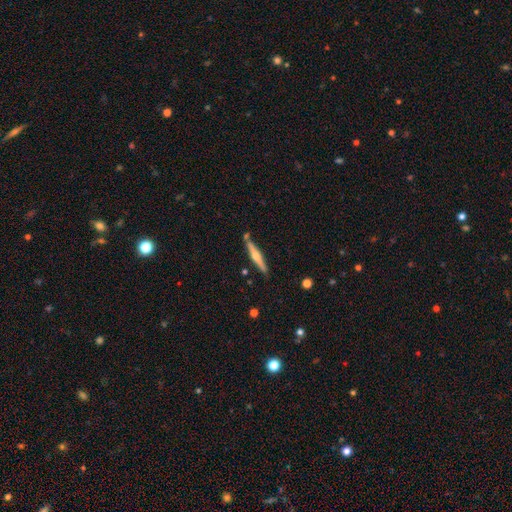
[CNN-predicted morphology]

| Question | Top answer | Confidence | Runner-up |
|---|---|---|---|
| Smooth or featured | featured or disk | 66% | smooth (28%) |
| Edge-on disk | yes | 97% | no (3%) |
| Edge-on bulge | rounded | 88% | none (6%) |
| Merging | none | 83% | minor disturbance (10%) |